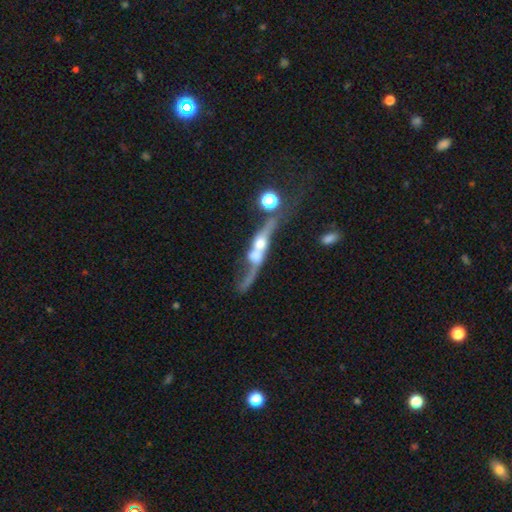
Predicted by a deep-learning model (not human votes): Smooth or featured? featured or disk (66%)
Edge-on disk? yes (59%)
Merging? merger (56%)